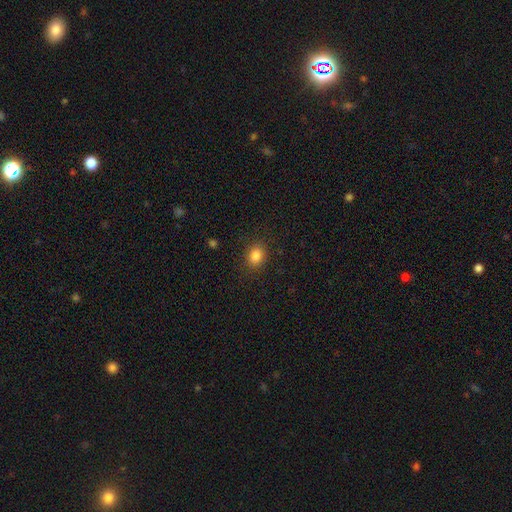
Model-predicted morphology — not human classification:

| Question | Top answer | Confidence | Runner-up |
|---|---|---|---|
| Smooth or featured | smooth | 84% | star or artifact (11%) |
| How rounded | round | 54% | in between (45%) |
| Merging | none | 86% | minor disturbance (10%) |